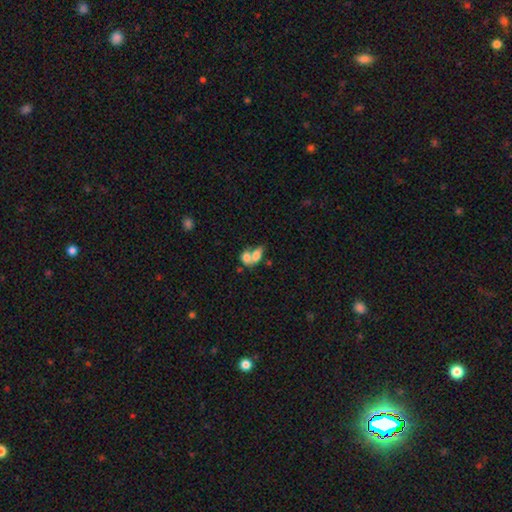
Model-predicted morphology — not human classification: Q: Smooth or featured?
A: smooth (69%); runner-up: featured or disk (22%)
Q: How rounded?
A: in between (78%); runner-up: round (19%)
Q: Merging?
A: merger (72%); runner-up: none (16%)